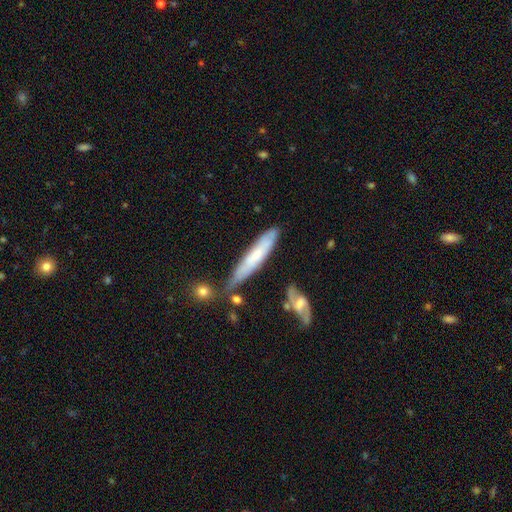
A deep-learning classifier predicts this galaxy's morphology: Overall: smooth (49%; featured or disk 44%). Merging: none (63%).